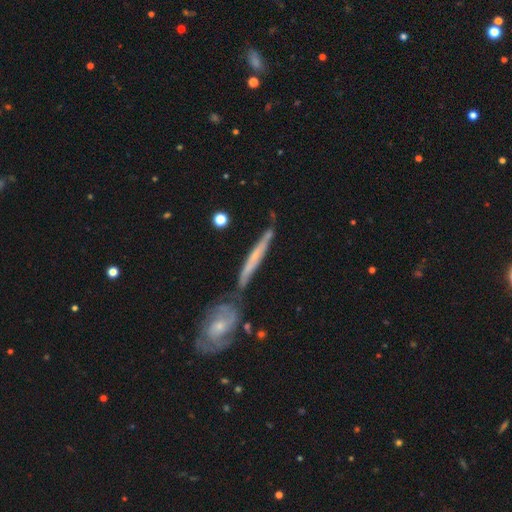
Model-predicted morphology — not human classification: smooth-or-featured: featured or disk: 63% | smooth: 30% | star or artifact: 7%
  disk-edge-on: yes: 79% | no: 21%
    edge-on-bulge: none: 62% | rounded: 31% | boxy: 7%
  merging: none: 61% | merger: 18% | minor disturbance: 16% | major disturbance: 5%